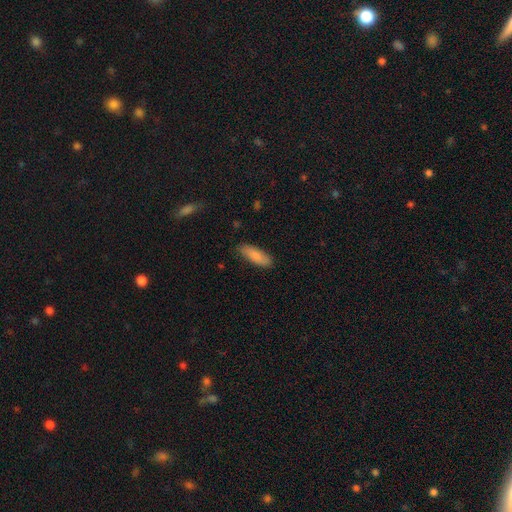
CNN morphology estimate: Smooth or featured? smooth (86%)
How rounded? in between (57%)
Merging? none (85%)